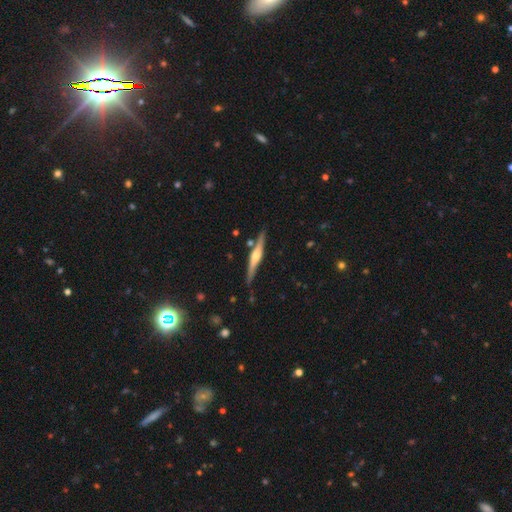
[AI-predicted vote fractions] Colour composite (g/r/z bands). It shows a featured or disk galaxy (73%) viewed edge-on (97%) with a rounded central bulge (87%). Merging: none (81%).